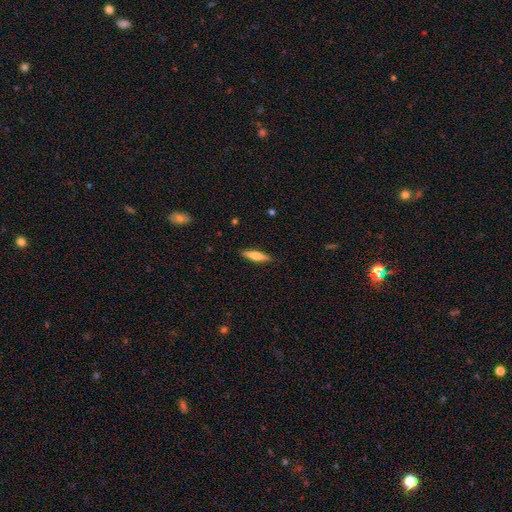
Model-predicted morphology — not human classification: smooth-or-featured: smooth: 62% | featured or disk: 32% | star or artifact: 6%
  how-rounded: cigar-shaped: 76% | in between: 23% | round: 2%
  merging: none: 88% | minor disturbance: 9% | major disturbance: 2% | merger: 1%